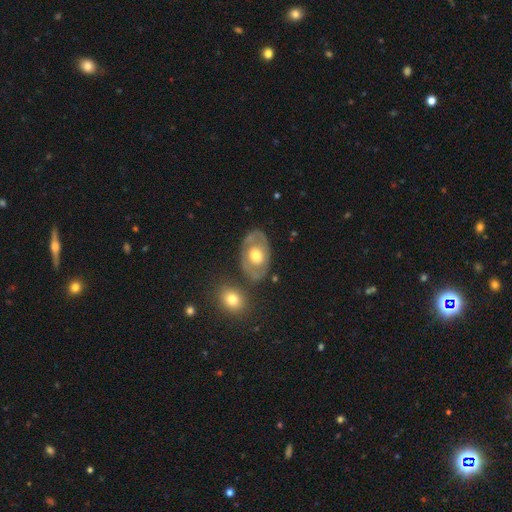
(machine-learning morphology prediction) smooth_or_featured: featured or disk (p=0.59) [alt: smooth p=0.35]
disk_edge_on: no (p=0.93) [alt: yes p=0.07]
bar: no (p=0.83) [alt: weak p=0.13]
has_spiral_arms: no (p=0.65) [alt: yes p=0.35]
bulge_size: moderate (p=0.67) [alt: large p=0.21]
merging: none (p=0.69) [alt: minor disturbance p=0.16]